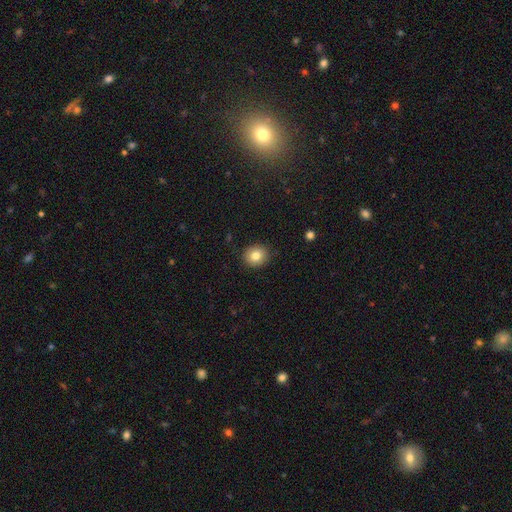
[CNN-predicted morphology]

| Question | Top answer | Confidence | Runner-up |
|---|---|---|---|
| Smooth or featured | smooth | 81% | star or artifact (10%) |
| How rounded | round | 77% | in between (22%) |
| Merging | none | 89% | minor disturbance (8%) |